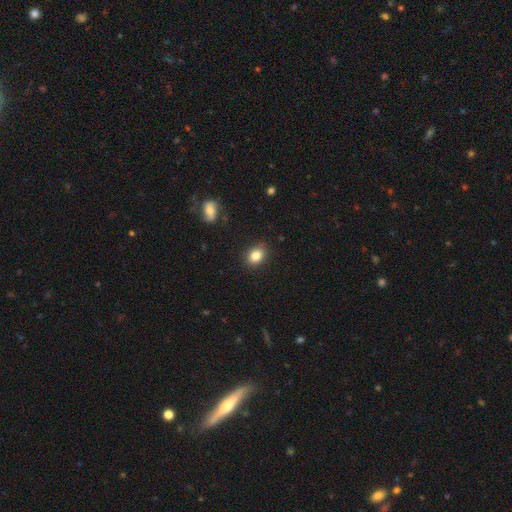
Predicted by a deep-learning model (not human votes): Smooth or featured: smooth — 84% (star or artifact — 10%)
How rounded: in between — 62% (round — 37%)
Merging: none — 86% (minor disturbance — 10%)